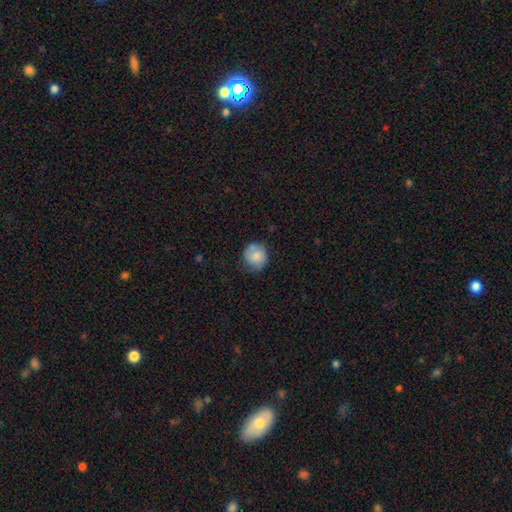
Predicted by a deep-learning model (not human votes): A smooth galaxy with no disk features (77%) that is round (85%).

Vote fractions:
- Smooth or featured? smooth: 77% / featured or disk: 15% / star or artifact: 7%
- How rounded? round: 85% / in between: 14% / cigar-shaped: 1%
- Merging? none: 67% / minor disturbance: 23% / major disturbance: 5% / merger: 4%